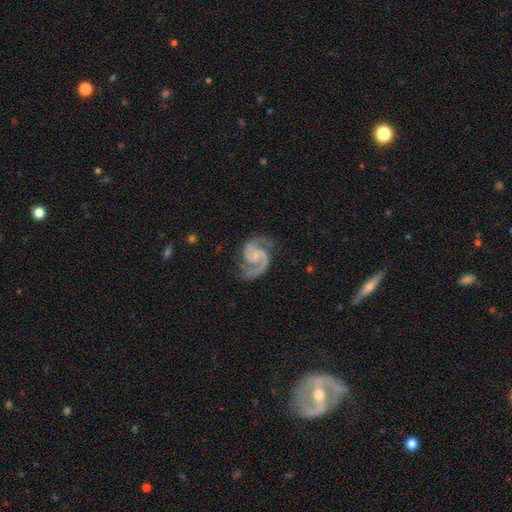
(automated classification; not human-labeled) Smooth or featured? Predicted: featured or disk (p=0.92). Edge-on disk? Predicted: no (p=0.98). Bar? Predicted: no (p=0.52). Spiral arms? Predicted: yes (p=0.98). Spiral winding? Predicted: medium (p=0.62). Spiral arm count? Predicted: 2 (p=0.93). Bulge size? Predicted: small (p=0.46). Merging? Predicted: none (p=0.74).